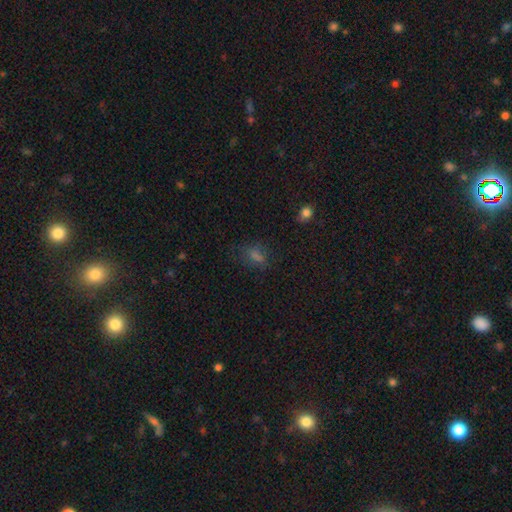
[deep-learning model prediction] Morphology: type=smooth (55%); roundness=in between (65%); merging=none (68%).